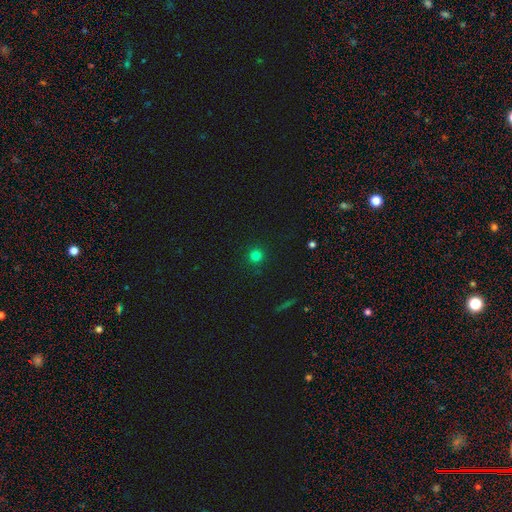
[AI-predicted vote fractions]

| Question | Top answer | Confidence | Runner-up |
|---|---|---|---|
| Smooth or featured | smooth | 78% | star or artifact (16%) |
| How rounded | round | 95% | in between (4%) |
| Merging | none | 92% | minor disturbance (5%) |